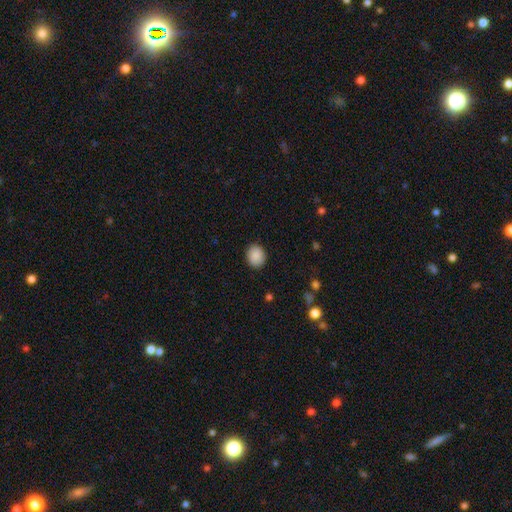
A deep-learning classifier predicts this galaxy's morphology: This is clearly a smooth galaxy (89%). How rounded: likely round (67%). Merging: clearly none (89%).